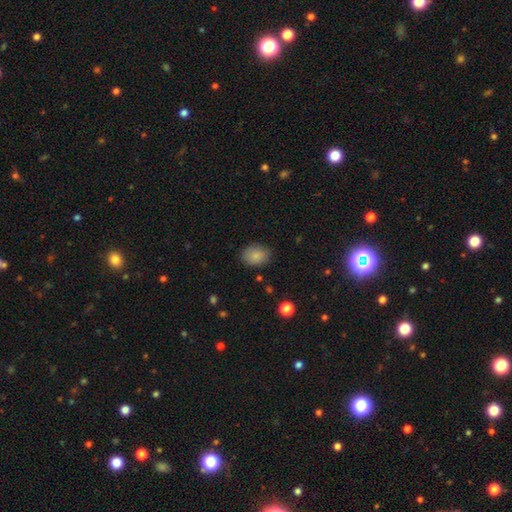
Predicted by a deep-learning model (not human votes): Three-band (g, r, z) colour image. It shows a smooth galaxy with no disk features (86%) that is in between round and cigar-shaped (68%). Merging: none (83%).